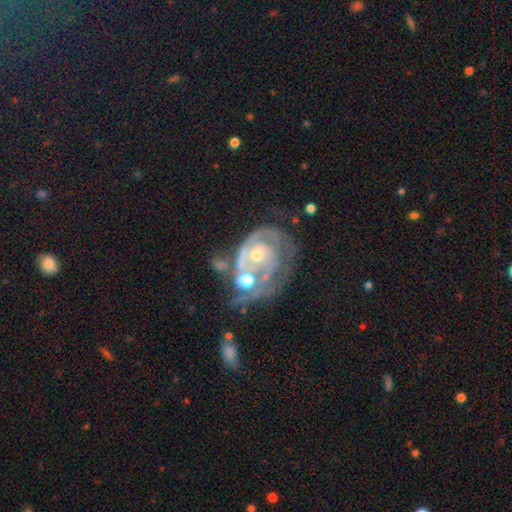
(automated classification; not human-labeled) Smooth or featured: featured or disk — 84% (smooth — 9%)
Edge-on disk: no — 98% (yes — 2%)
Bar: no — 76% (weak — 19%)
Spiral arms: yes — 89% (no — 11%)
Spiral winding: tight — 62% (medium — 29%)
Spiral arm count: 2 — 38% (can't tell — 27%)
Bulge size: moderate — 48% (small — 44%)
Merging: merger — 36% (none — 28%)